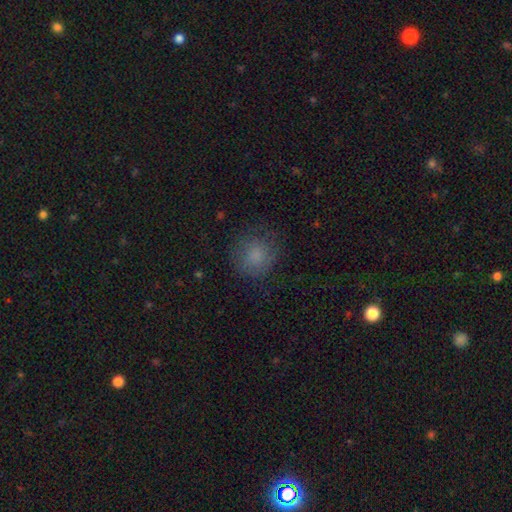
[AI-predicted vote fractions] Smooth or featured? smooth (81%)
How rounded? round (89%)
Merging? none (78%)